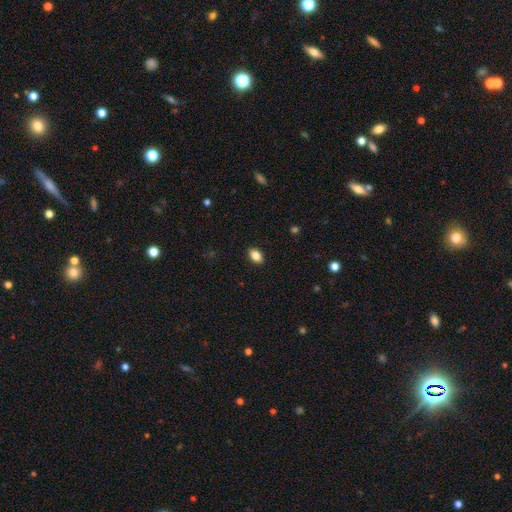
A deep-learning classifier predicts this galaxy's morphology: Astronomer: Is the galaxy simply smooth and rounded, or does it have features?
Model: smooth — 85%.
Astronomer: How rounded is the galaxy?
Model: in between — 88%.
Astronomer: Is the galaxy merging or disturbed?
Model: none — 89%.